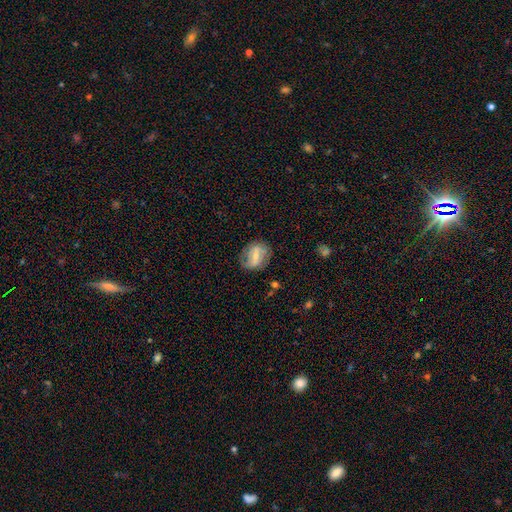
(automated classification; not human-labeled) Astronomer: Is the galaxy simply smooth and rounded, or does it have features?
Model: featured or disk — 54% (runner-up: smooth, 38%).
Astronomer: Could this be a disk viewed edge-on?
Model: no — 93%.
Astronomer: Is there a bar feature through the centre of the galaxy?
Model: strong — 51% (runner-up: weak, 34%).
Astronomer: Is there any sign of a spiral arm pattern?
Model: yes — 53% (runner-up: no, 47%).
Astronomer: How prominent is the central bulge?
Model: small — 56% (runner-up: moderate, 33%).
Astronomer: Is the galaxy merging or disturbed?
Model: none — 67%.